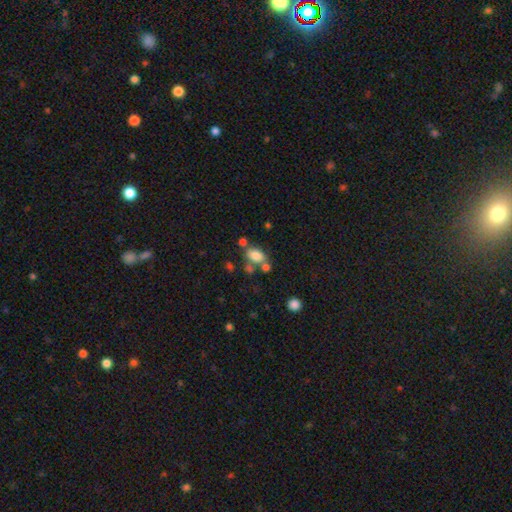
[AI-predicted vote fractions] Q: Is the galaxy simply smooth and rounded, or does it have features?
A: smooth — 79%.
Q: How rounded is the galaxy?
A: in between — 83%.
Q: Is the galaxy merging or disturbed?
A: none — 54%.